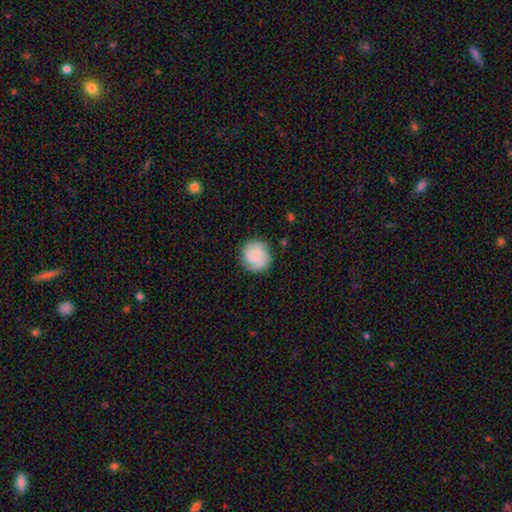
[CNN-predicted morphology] Smooth or featured?
  - smooth: 62% *
  - featured or disk: 30%
  - star or artifact: 8%
How rounded?
  - round: 90% *
  - in between: 9%
  - cigar-shaped: 1%
Merging?
  - none: 83% *
  - minor disturbance: 12%
  - major disturbance: 4%
  - merger: 1%